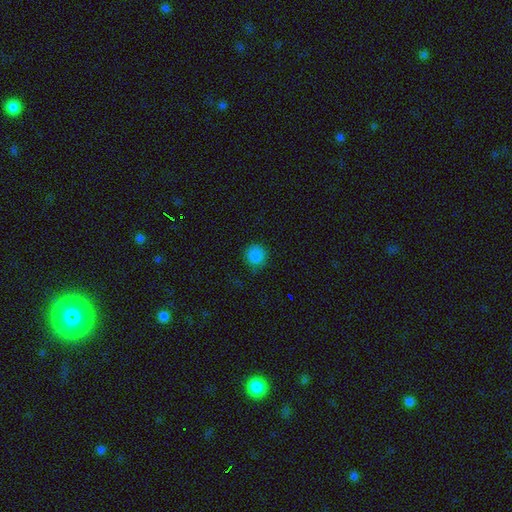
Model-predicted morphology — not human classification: Q: Smooth or featured?
A: smooth (85%); runner-up: star or artifact (13%)
Q: How rounded?
A: round (92%); runner-up: in between (7%)
Q: Merging?
A: none (84%); runner-up: minor disturbance (11%)